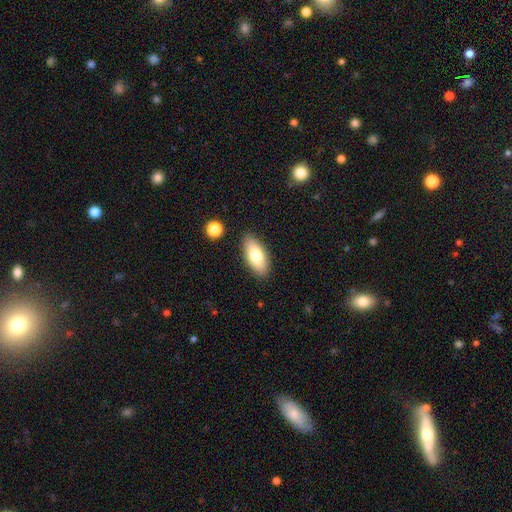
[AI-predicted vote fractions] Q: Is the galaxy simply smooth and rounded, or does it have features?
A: smooth — 74%.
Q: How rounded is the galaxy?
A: in between — 86%.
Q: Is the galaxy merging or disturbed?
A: none — 86%.